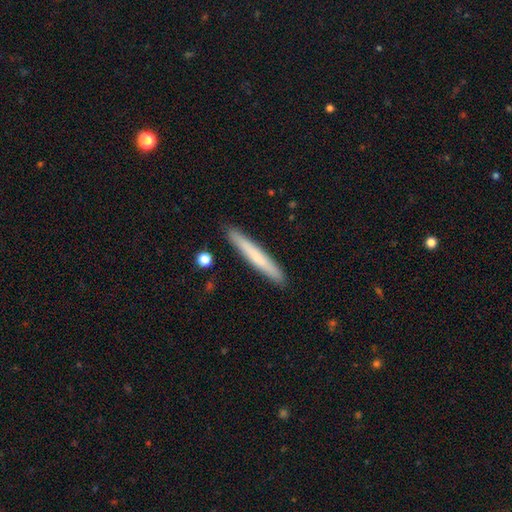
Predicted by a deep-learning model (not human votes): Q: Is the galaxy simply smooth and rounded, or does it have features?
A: smooth — 65%.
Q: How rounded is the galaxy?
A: cigar-shaped — 96%.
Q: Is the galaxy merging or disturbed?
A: none — 91%.